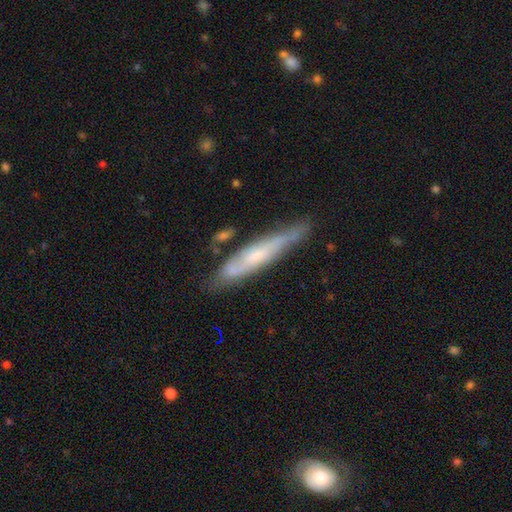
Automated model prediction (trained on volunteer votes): smooth-or-featured: featured or disk: 59% | smooth: 34% | star or artifact: 6%
  disk-edge-on: yes: 67% | no: 33%
  merging: none: 66% | minor disturbance: 23% | major disturbance: 6% | merger: 5%